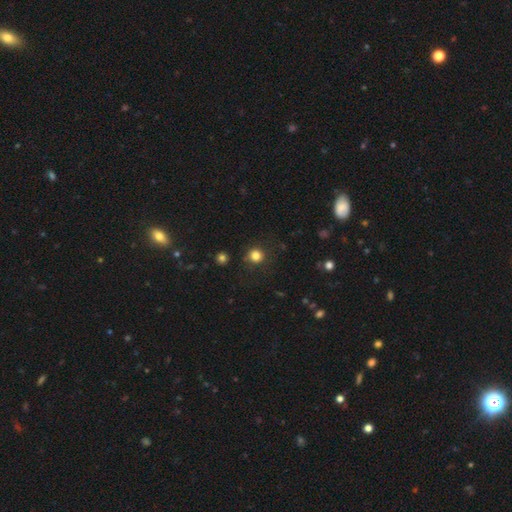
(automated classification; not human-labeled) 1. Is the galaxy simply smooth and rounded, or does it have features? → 81% smooth, 14% star or artifact, 5% featured or disk.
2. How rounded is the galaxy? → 93% round, 6% in between, 1% cigar-shaped.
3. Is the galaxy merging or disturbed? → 85% none, 9% minor disturbance, 4% major disturbance, 2% merger.